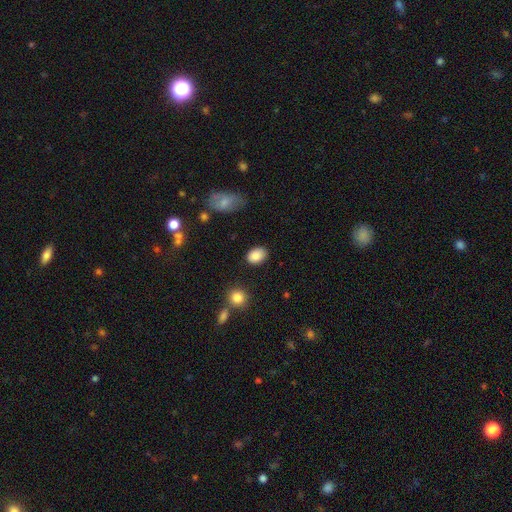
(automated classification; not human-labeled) This is clearly a smooth galaxy (87%). How rounded: likely in between (76%). Merging: clearly none (85%).